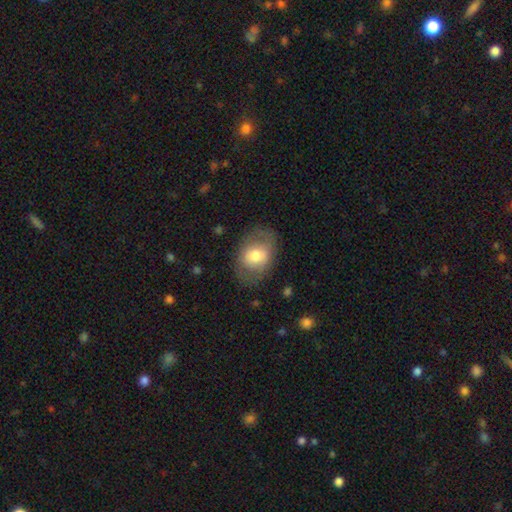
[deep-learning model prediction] The model was most divided on "smooth or featured": smooth: 65%, featured or disk: 28%, star or artifact: 7%. More confident: how rounded — in between (73%); merging — none (72%).